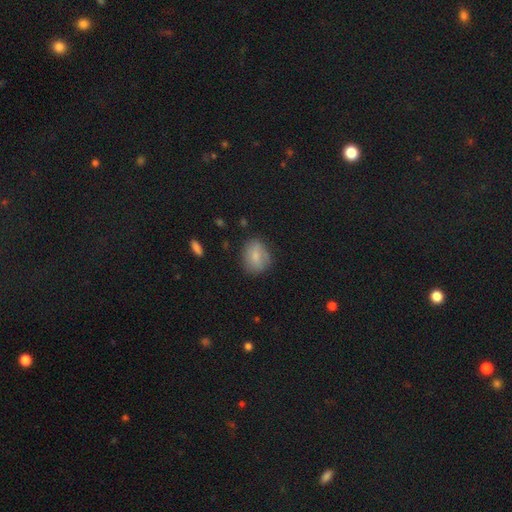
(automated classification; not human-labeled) Smooth or featured: smooth — 77% (featured or disk — 15%)
How rounded: round — 55% (in between — 44%)
Merging: none — 74% (minor disturbance — 19%)